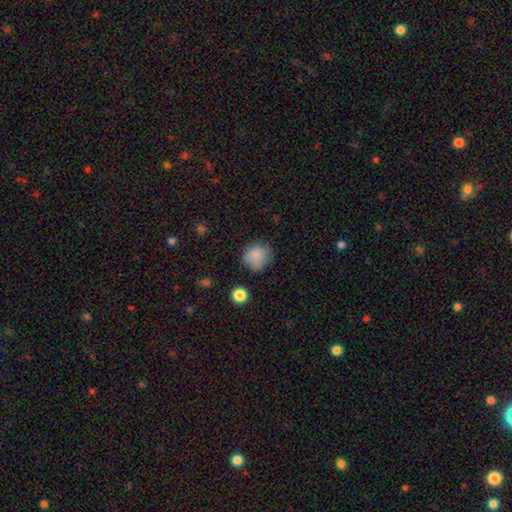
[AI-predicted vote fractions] Morphology: type=smooth (85%); roundness=round (80%); merging=none (70%).